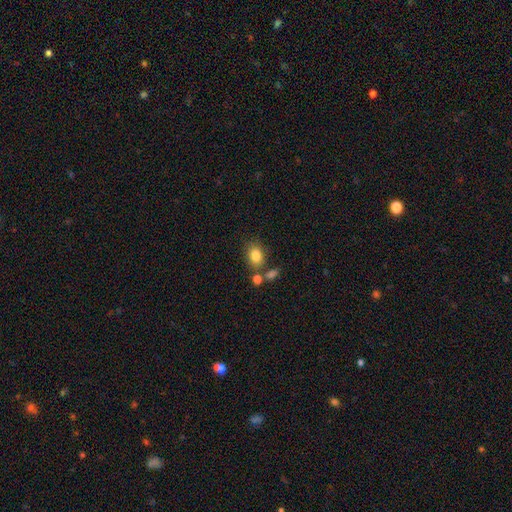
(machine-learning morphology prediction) smooth-or-featured: smooth: 83% | star or artifact: 9% | featured or disk: 8%
  how-rounded: in between: 62% | round: 37% | cigar-shaped: 1%
  merging: none: 64% | merger: 17% | minor disturbance: 14% | major disturbance: 5%